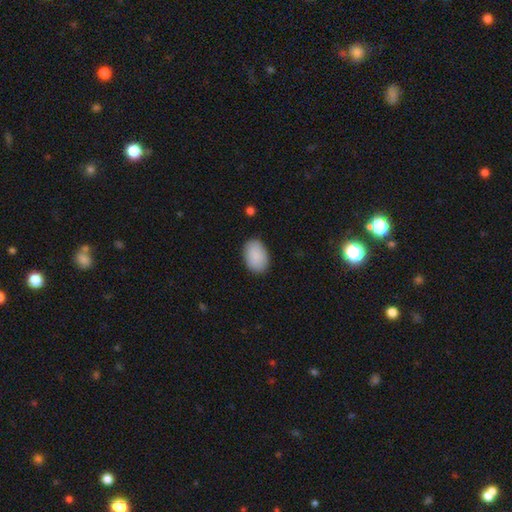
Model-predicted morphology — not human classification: Smooth or featured? Predicted: smooth (p=0.90). How rounded? Predicted: in between (p=0.88). Merging? Predicted: none (p=0.86).